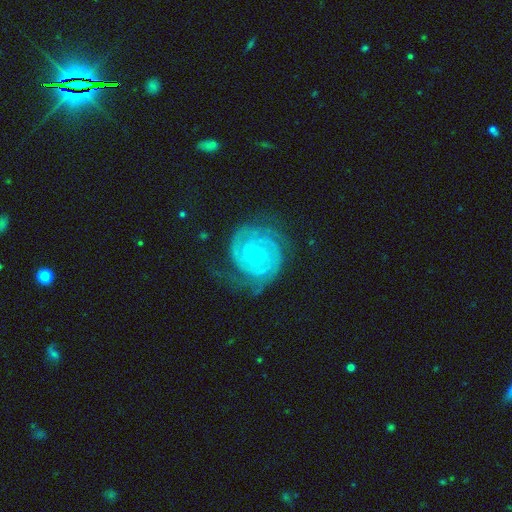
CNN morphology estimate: This is clearly a featured or disk galaxy (90%). It is clearly not viewed edge-on (98%). Bar: likely no (77%). Spiral arm pattern: clearly yes (98%). Spiral arm count: possibly 2 (55%). Spiral winding: clearly tight (82%). Central bulge: clearly small (80%). Merging: likely none (71%).